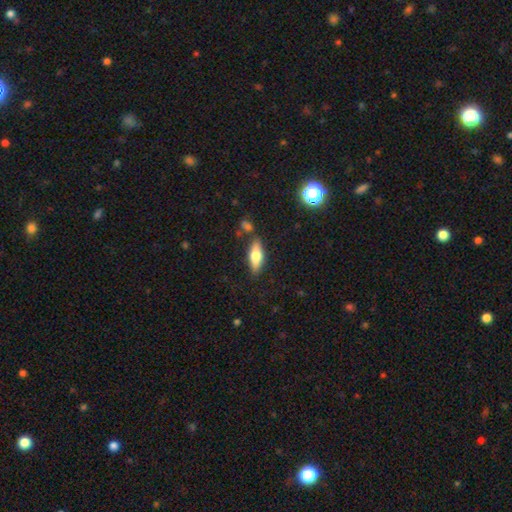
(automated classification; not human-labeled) Q: Smooth or featured?
A: smooth (58%); runner-up: featured or disk (35%)
Q: How rounded?
A: in between (63%); runner-up: cigar-shaped (34%)
Q: Merging?
A: none (81%); runner-up: minor disturbance (12%)